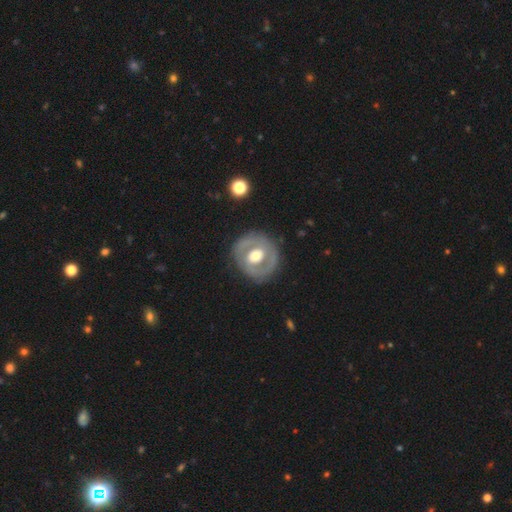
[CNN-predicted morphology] Smooth or featured? Predicted: featured or disk (p=0.62). Edge-on disk? Predicted: no (p=0.96). Bar? Predicted: no (p=0.62). Spiral arms? Predicted: no (p=0.68). Bulge size? Predicted: moderate (p=0.59). Merging? Predicted: none (p=0.79).